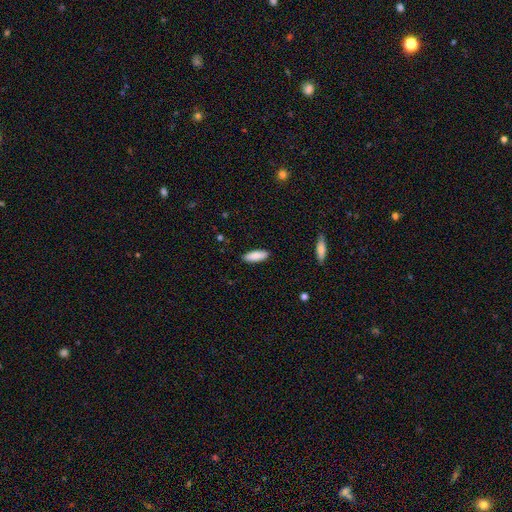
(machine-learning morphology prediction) smooth 88%, featured or disk 6%, star or artifact 6%. Down the decision tree: how rounded — in between (67%); merging — none (89%).